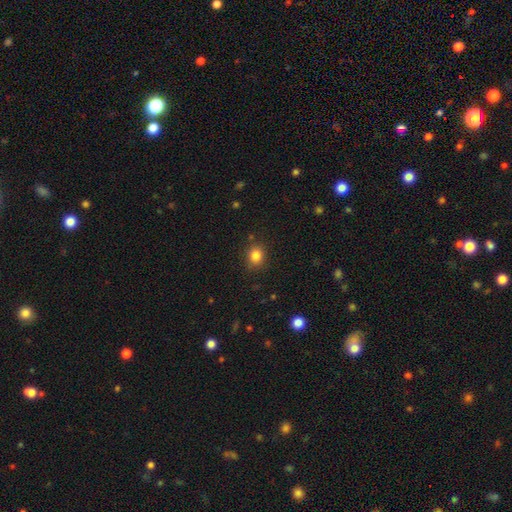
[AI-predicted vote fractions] Q: Smooth or featured?
A: smooth (83%); runner-up: star or artifact (12%)
Q: How rounded?
A: round (73%); runner-up: in between (26%)
Q: Merging?
A: none (86%); runner-up: minor disturbance (9%)